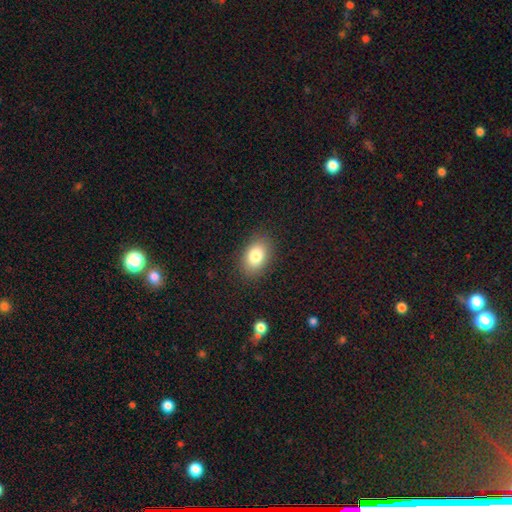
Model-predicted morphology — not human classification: This is clearly a smooth galaxy (82%). How rounded: clearly in between (85%). Merging: clearly none (87%).